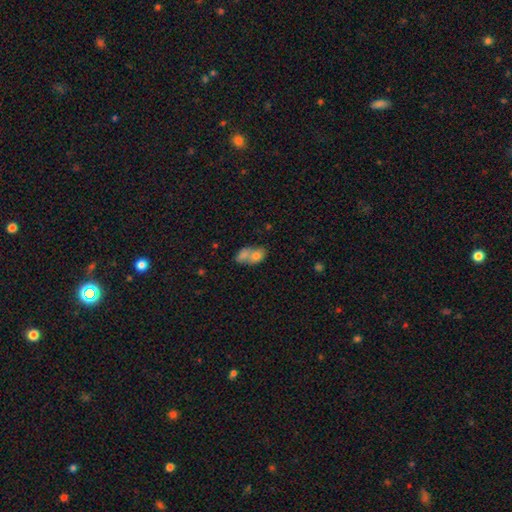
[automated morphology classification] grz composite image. It shows a smooth galaxy with no disk features (74%) that is in between round and cigar-shaped (77%). Merging: merger (67%).